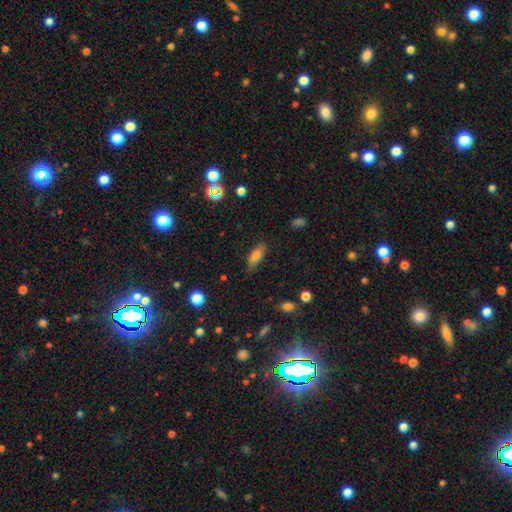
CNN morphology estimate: smooth 75%, featured or disk 16%, star or artifact 9%. Down the decision tree: how rounded — in between (67%); merging — none (80%).